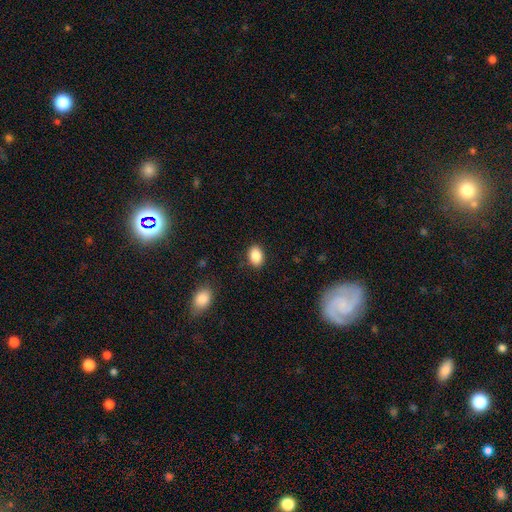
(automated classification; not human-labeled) This appears to be a smooth galaxy with no disk features (87%) that is in between round and cigar-shaped (78%). Merging: none (86%).